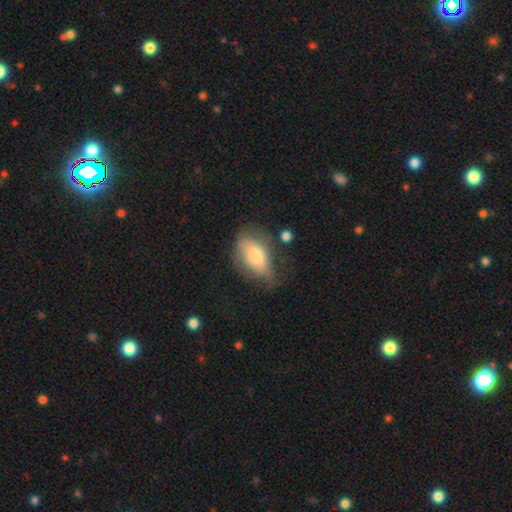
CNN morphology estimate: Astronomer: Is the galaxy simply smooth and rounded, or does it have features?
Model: smooth — 63%.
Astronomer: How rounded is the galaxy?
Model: in between — 87%.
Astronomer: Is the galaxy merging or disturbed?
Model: none — 46% (runner-up: minor disturbance, 34%).